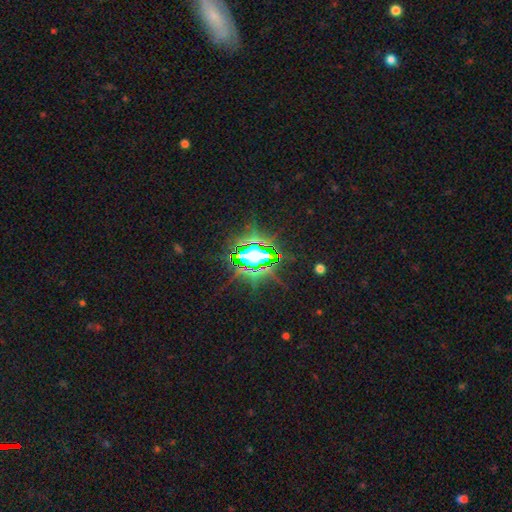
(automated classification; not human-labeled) star or artifact 76%, smooth 14%, featured or disk 11%.